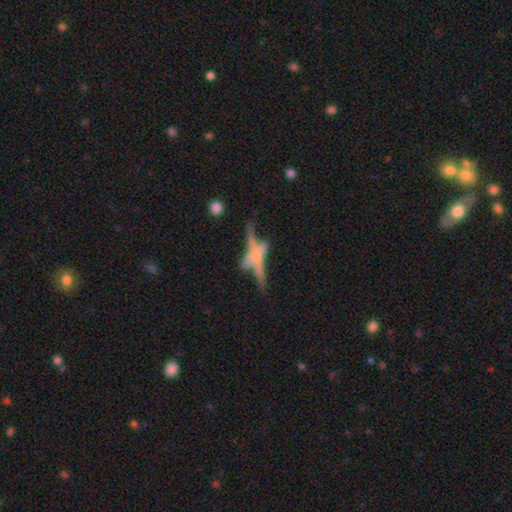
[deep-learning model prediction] Smooth or featured?
  - featured or disk: 62% *
  - smooth: 27%
  - star or artifact: 11%
Edge-on disk?
  - yes: 75% *
  - no: 25%
Merging?
  - none: 43% *
  - merger: 27%
  - minor disturbance: 15%
  - major disturbance: 15%